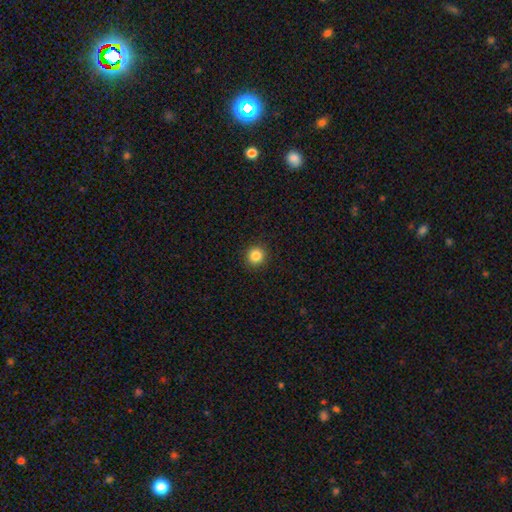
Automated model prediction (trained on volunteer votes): smooth-or-featured: smooth: 85% | star or artifact: 11% | featured or disk: 4%
  how-rounded: round: 94% | in between: 5% | cigar-shaped: 1%
  merging: none: 93% | minor disturbance: 5% | major disturbance: 2% | merger: 1%